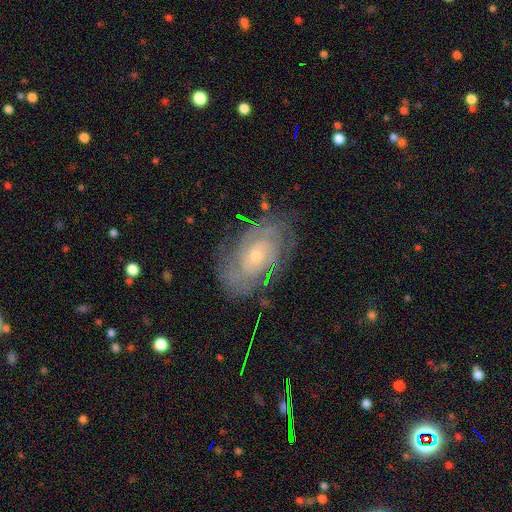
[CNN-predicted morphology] type=featured or disk (84%); edge-on=no (96%); bar=no (73%); spiral arms=yes (96%); winding=tight (73%); arm count=2 (33%); bulge=small (73%); merging=none (77%).